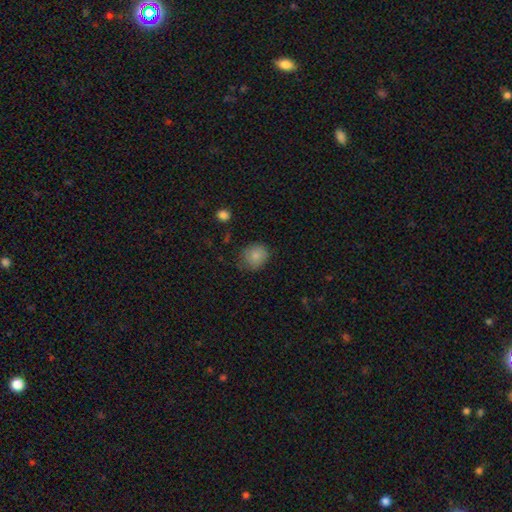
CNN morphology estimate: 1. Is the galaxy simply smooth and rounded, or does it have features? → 84% smooth, 8% star or artifact, 8% featured or disk.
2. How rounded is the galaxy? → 75% round, 25% in between, 1% cigar-shaped.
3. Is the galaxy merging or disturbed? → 70% none, 23% minor disturbance, 6% major disturbance, 1% merger.